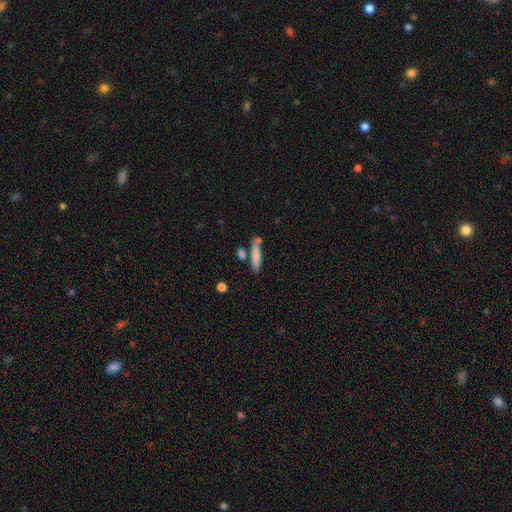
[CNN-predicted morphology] smooth 79%, featured or disk 14%, star or artifact 7%. Down the decision tree: how rounded — cigar-shaped (85%); merging — none (71%).